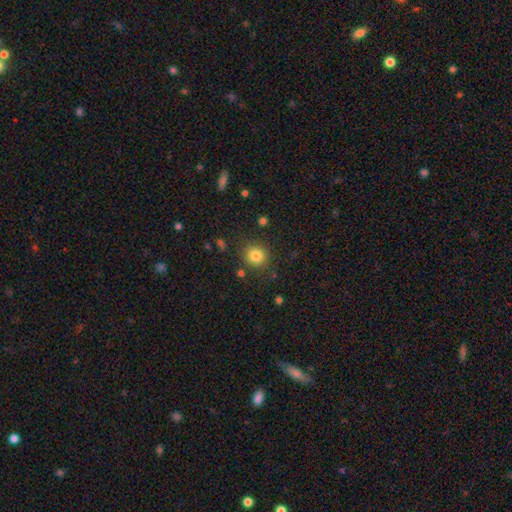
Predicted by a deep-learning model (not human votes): A smooth galaxy with no disk features (81%) that is round (91%).

Vote fractions:
- Smooth or featured? smooth: 81% / star or artifact: 13% / featured or disk: 7%
- How rounded? round: 91% / in between: 9% / cigar-shaped: 1%
- Merging? none: 86% / minor disturbance: 9% / major disturbance: 3% / merger: 3%